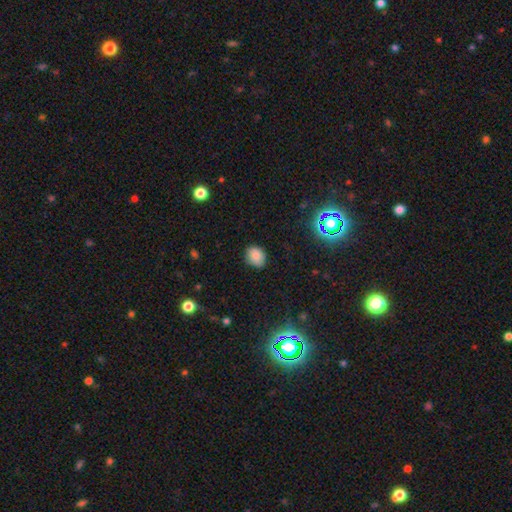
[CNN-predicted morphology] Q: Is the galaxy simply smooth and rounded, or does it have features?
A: smooth — 80%.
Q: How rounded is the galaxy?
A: round — 52%.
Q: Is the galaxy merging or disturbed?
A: none — 77%.